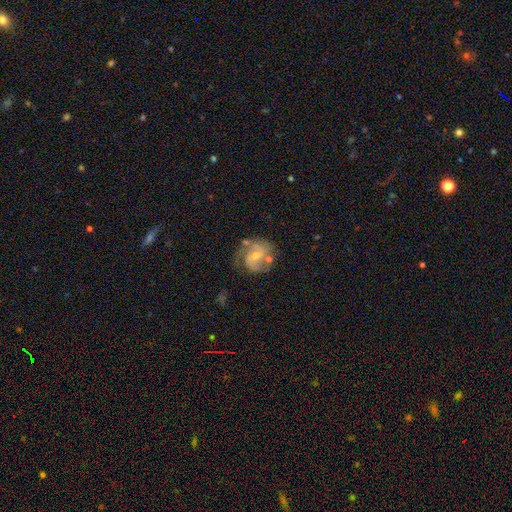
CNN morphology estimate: Smooth or featured?
  - featured or disk: 80% *
  - smooth: 14%
  - star or artifact: 6%
Edge-on disk?
  - no: 98% *
  - yes: 2%
Bar?
  - no: 46% *
  - weak: 44%
  - strong: 10%
Spiral arms?
  - yes: 94% *
  - no: 6%
Spiral winding?
  - medium: 52% *
  - tight: 27%
  - loose: 21%
Spiral arm count?
  - 2: 73% *
  - can't tell: 10%
  - 3: 9%
  - 1: 4%
  - 4: 2%
  - more than 4: 2%
Bulge size?
  - small: 62% *
  - moderate: 30%
  - none: 6%
  - large: 2%
  - dominant: 1%
Merging?
  - none: 57% *
  - minor disturbance: 22%
  - major disturbance: 13%
  - merger: 9%